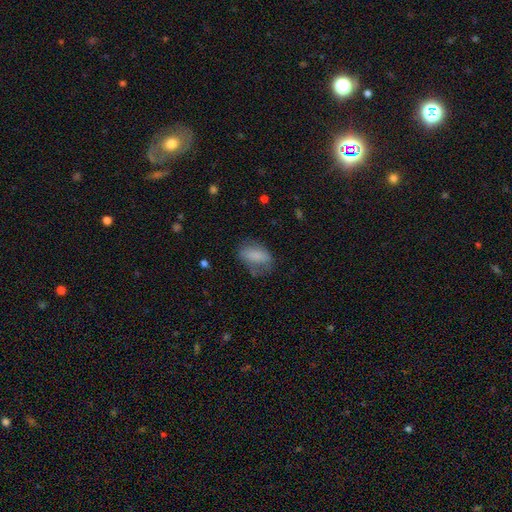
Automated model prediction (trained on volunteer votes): Smooth or featured? Predicted: smooth (p=0.77). How rounded? Predicted: in between (p=0.88). Merging? Predicted: none (p=0.56).